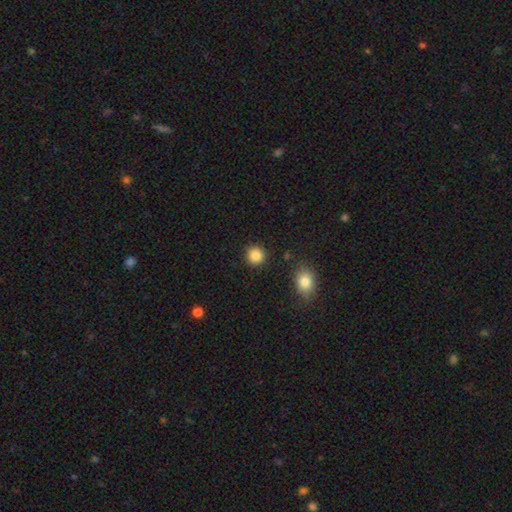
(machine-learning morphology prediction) Q: Smooth or featured?
A: smooth (87%); runner-up: star or artifact (10%)
Q: How rounded?
A: round (92%); runner-up: in between (7%)
Q: Merging?
A: none (90%); runner-up: minor disturbance (6%)